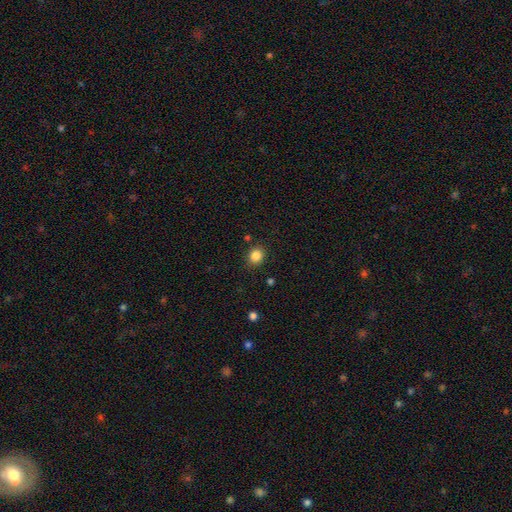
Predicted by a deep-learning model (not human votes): A smooth galaxy with no disk features (85%) that is round (73%). Merging: none (86%).